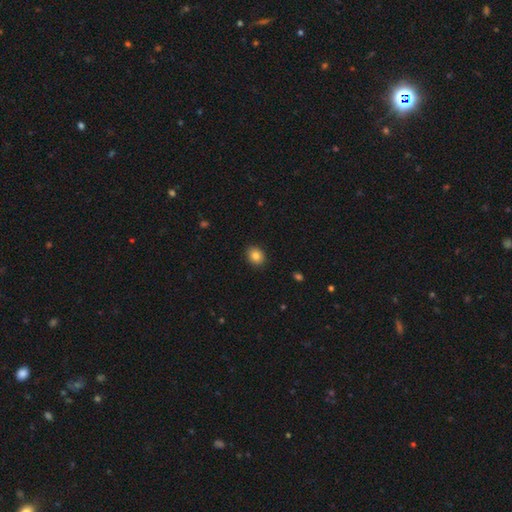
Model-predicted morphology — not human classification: smooth-or-featured: smooth: 84% | star or artifact: 10% | featured or disk: 7%
  how-rounded: round: 55% | in between: 44% | cigar-shaped: 1%
  merging: none: 90% | minor disturbance: 7% | major disturbance: 2% | merger: 1%